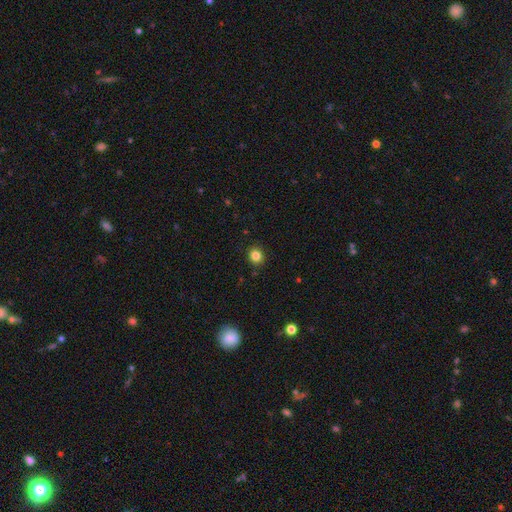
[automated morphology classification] The model was most divided on "how rounded": round: 78%, in between: 21%, cigar-shaped: 1%. More confident: merging — none (90%); smooth or featured — smooth (84%).